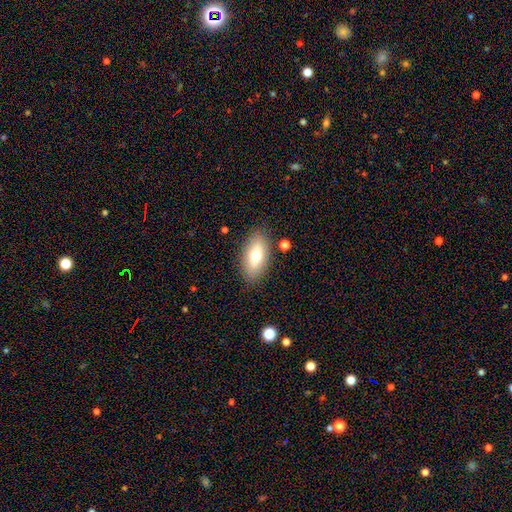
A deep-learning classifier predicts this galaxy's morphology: Smooth or featured? Predicted: smooth (p=0.71). How rounded? Predicted: in between (p=0.89). Merging? Predicted: none (p=0.84).